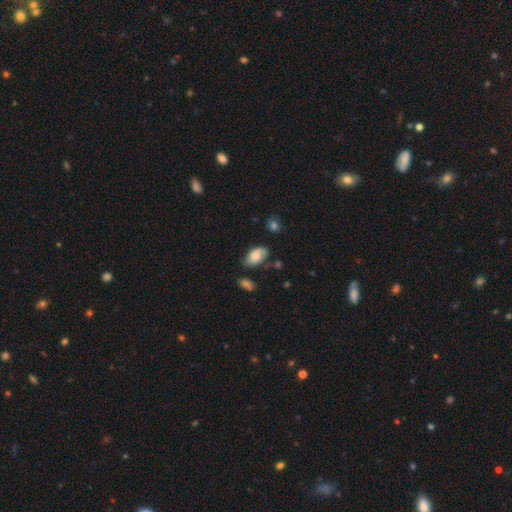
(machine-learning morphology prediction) Smooth or featured? Predicted: smooth (p=0.65). How rounded? Predicted: in between (p=0.92). Merging? Predicted: none (p=0.60).